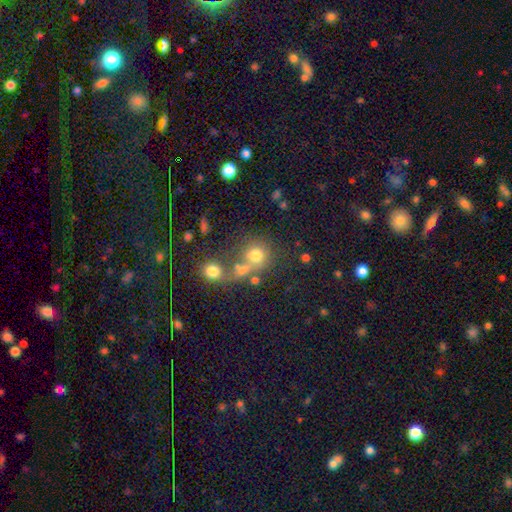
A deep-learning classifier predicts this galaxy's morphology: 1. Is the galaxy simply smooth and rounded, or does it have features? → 70% smooth, 17% star or artifact, 13% featured or disk.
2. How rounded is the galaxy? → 82% round, 17% in between, 1% cigar-shaped.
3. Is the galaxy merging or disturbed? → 43% none, 38% merger, 10% minor disturbance, 9% major disturbance.